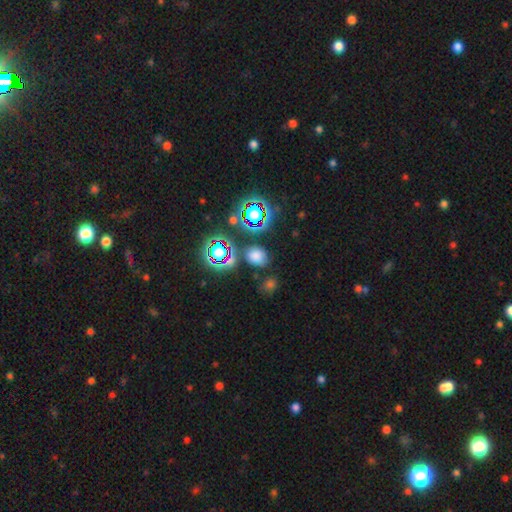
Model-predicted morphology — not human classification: Smooth or featured? Predicted: smooth (p=0.63). How rounded? Predicted: round (p=0.54). Merging? Predicted: none (p=0.72).